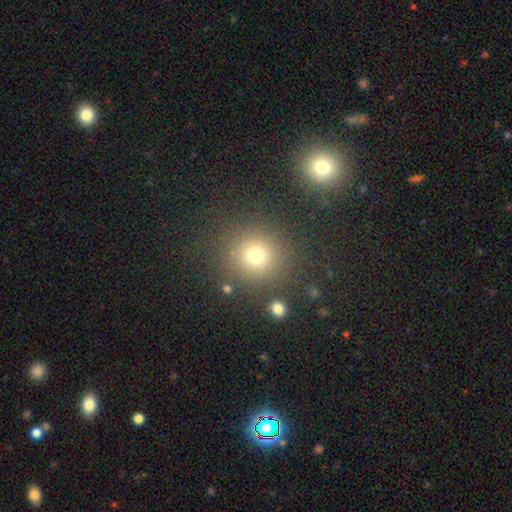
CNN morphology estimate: This is likely a smooth galaxy (73%). How rounded: clearly round (92%). Merging: clearly none (85%).